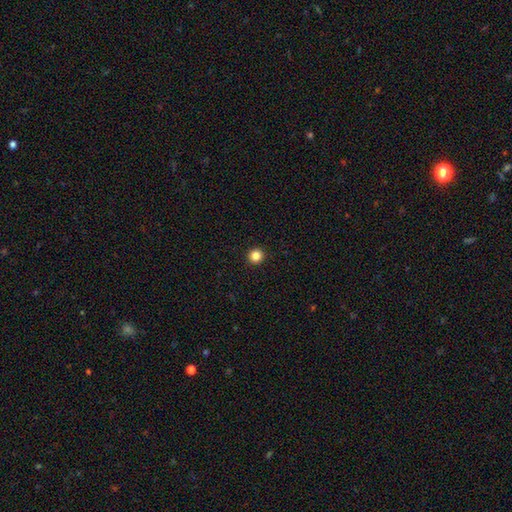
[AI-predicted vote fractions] Smooth or featured? Predicted: smooth (p=0.85). How rounded? Predicted: round (p=0.96). Merging? Predicted: none (p=0.94).